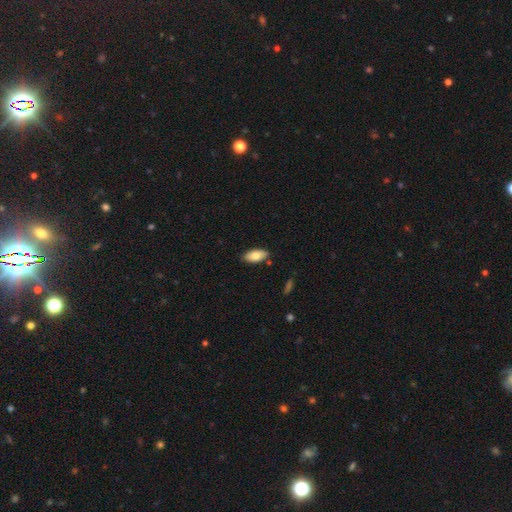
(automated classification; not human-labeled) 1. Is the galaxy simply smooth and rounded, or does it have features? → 80% smooth, 13% featured or disk, 7% star or artifact.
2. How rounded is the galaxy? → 92% in between, 6% cigar-shaped, 2% round.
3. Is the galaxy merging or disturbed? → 85% none, 11% minor disturbance, 2% merger, 2% major disturbance.